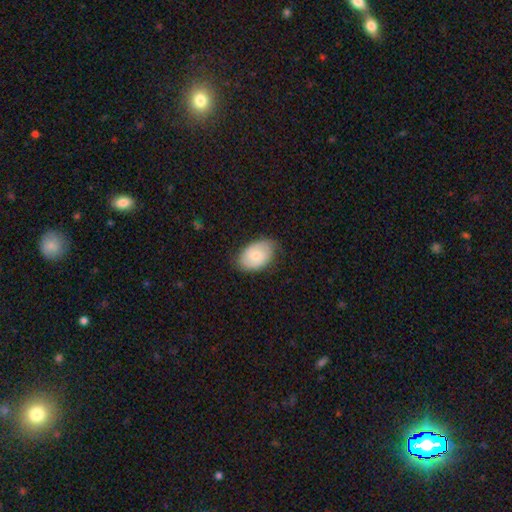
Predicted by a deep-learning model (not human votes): Smooth or featured?
  - smooth: 64% *
  - featured or disk: 30%
  - star or artifact: 6%
How rounded?
  - in between: 88% *
  - round: 11%
  - cigar-shaped: 1%
Merging?
  - none: 75% *
  - minor disturbance: 20%
  - major disturbance: 4%
  - merger: 1%